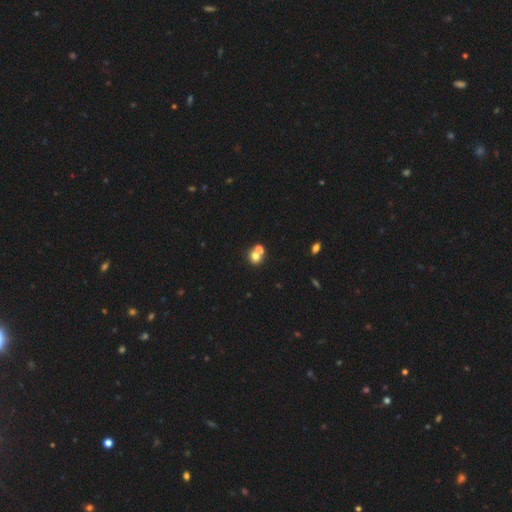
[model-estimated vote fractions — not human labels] smooth-or-featured: smooth: 72% | featured or disk: 14% | star or artifact: 14%
  how-rounded: round: 78% | in between: 21% | cigar-shaped: 1%
  merging: merger: 49% | none: 42% | minor disturbance: 6% | major disturbance: 3%